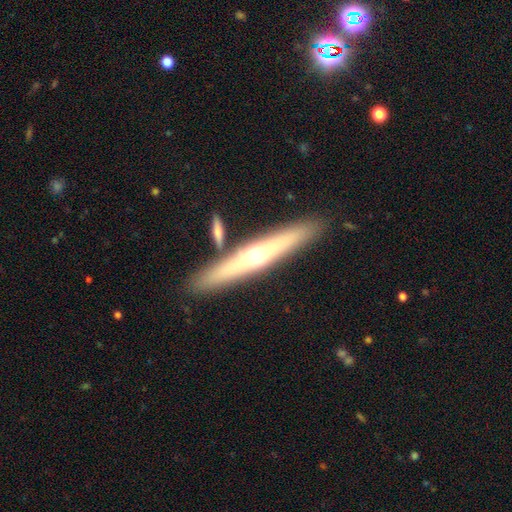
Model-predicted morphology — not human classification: A featured or disk galaxy (57%) viewed edge-on (91%) with a rounded central bulge (84%). Merging: none (84%).